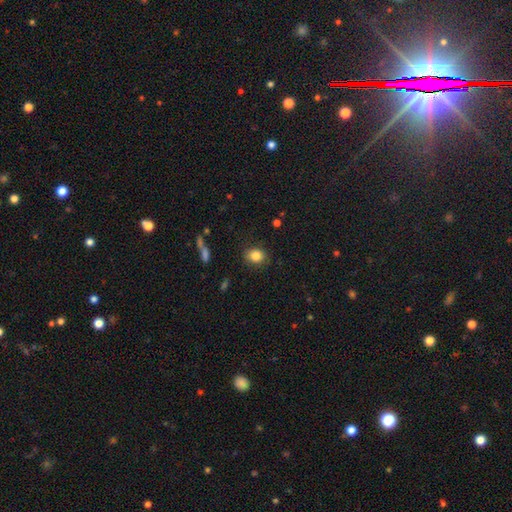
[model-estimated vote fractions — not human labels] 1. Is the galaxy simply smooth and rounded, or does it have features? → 84% smooth, 10% star or artifact, 6% featured or disk.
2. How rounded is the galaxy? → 61% round, 38% in between, 1% cigar-shaped.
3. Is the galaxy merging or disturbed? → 84% none, 12% minor disturbance, 3% major disturbance, 1% merger.